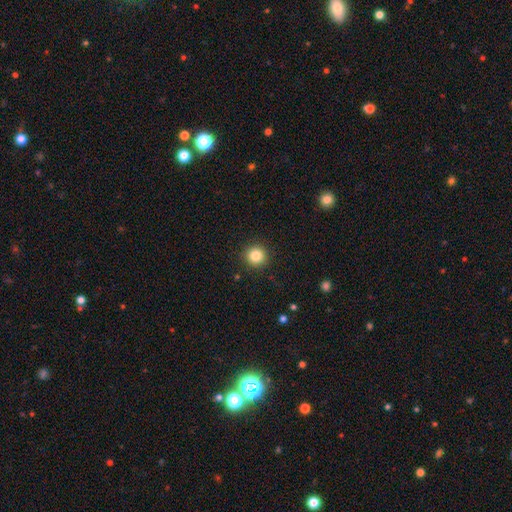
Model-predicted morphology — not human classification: This appears to be a smooth galaxy with no disk features (84%) that is round (94%). Merging: none (92%).